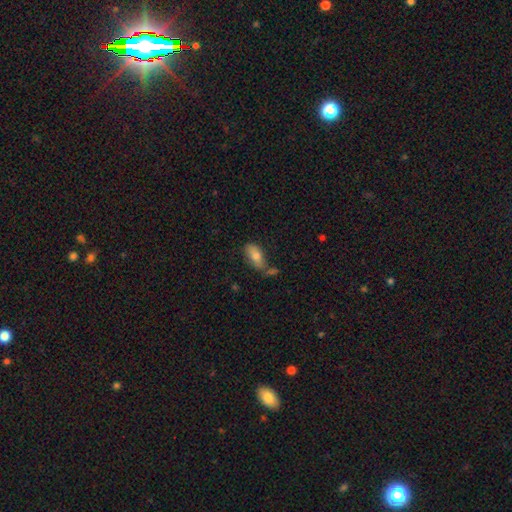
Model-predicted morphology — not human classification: Smooth or featured? smooth (74%)
How rounded? in between (89%)
Merging? none (55%)